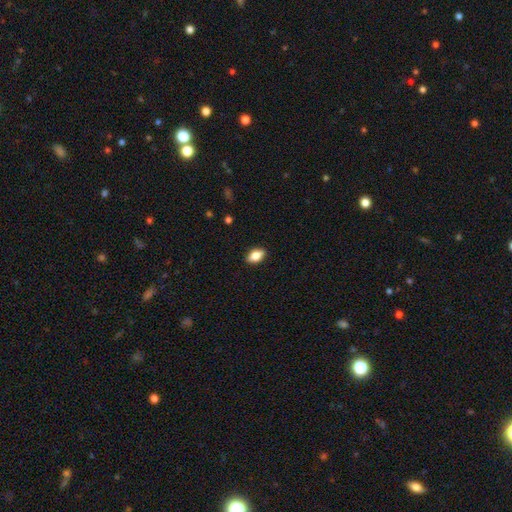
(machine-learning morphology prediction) smooth 80%, featured or disk 12%, star or artifact 8%. Down the decision tree: how rounded — in between (88%); merging — none (88%).